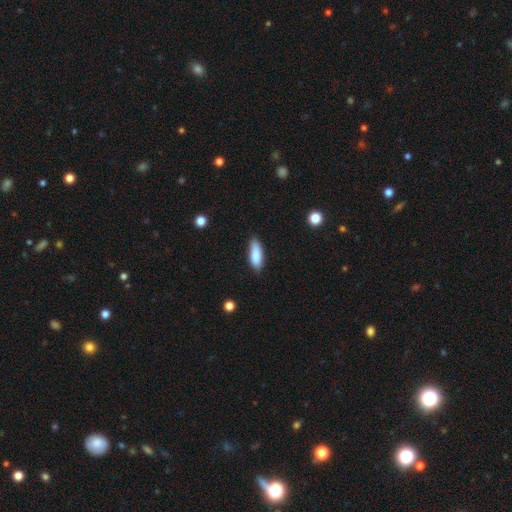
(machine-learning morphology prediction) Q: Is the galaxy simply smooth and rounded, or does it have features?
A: smooth — 83%.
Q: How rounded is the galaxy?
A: in between — 61%.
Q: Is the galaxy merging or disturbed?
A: none — 76%.